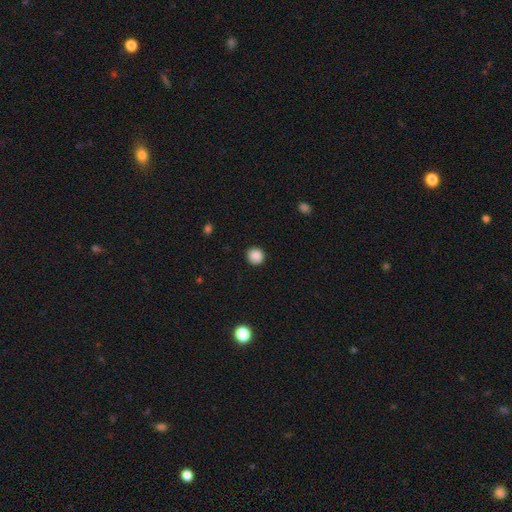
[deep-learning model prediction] Smooth or featured? smooth (88%)
How rounded? round (92%)
Merging? none (91%)